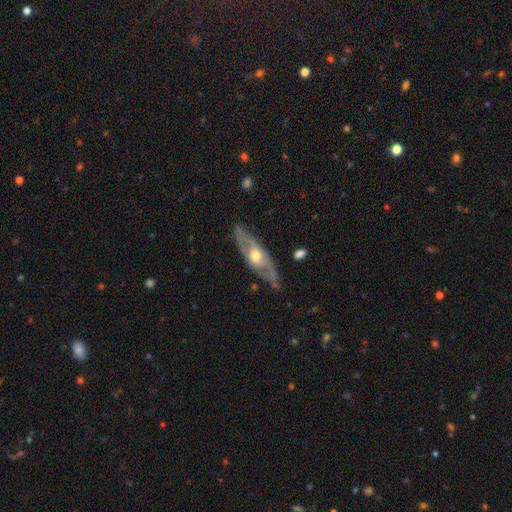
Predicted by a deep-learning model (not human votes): Smooth or featured?
  - featured or disk: 72% *
  - smooth: 23%
  - star or artifact: 5%
Edge-on disk?
  - no: 64% *
  - yes: 36%
Merging?
  - none: 78% *
  - minor disturbance: 15%
  - major disturbance: 5%
  - merger: 2%